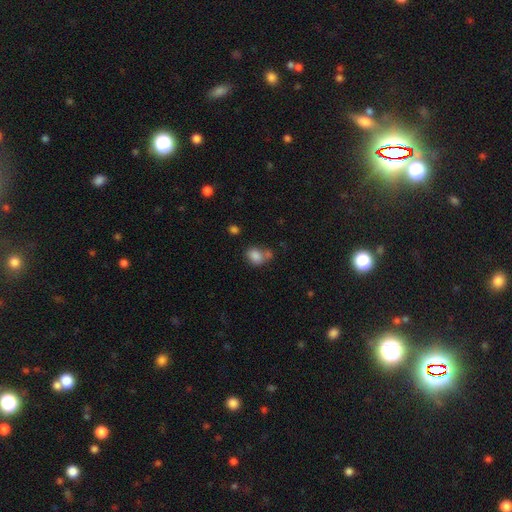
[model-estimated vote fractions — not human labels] smooth-or-featured: smooth: 82% | star or artifact: 10% | featured or disk: 8%
  how-rounded: in between: 66% | round: 33% | cigar-shaped: 1%
  merging: none: 44% | merger: 28% | minor disturbance: 19% | major disturbance: 8%